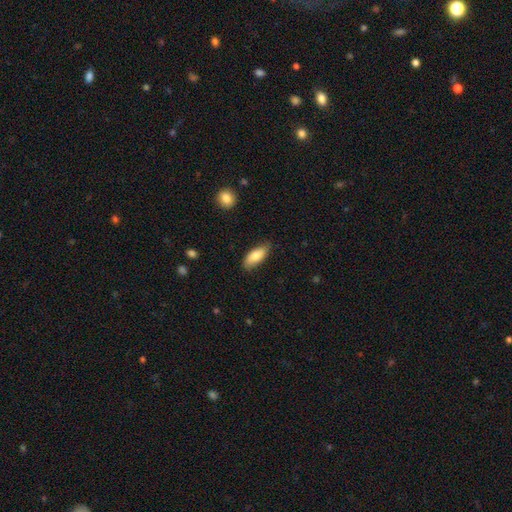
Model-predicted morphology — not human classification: This is likely a smooth galaxy (79%). How rounded: clearly in between (82%). Merging: likely none (77%).